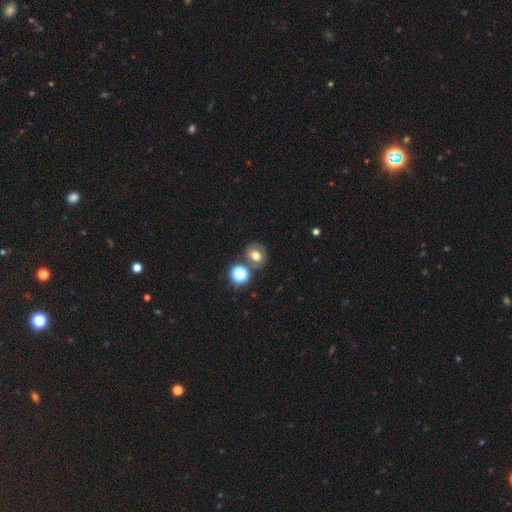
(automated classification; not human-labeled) Q: Smooth or featured?
A: smooth (62%); runner-up: featured or disk (20%)
Q: How rounded?
A: round (66%); runner-up: in between (33%)
Q: Merging?
A: none (67%); runner-up: merger (17%)